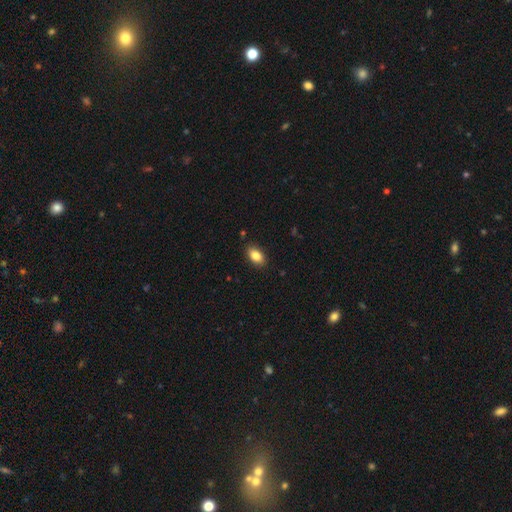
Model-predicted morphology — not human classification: smooth 86%, star or artifact 8%, featured or disk 6%. Down the decision tree: how rounded — in between (91%); merging — none (87%).